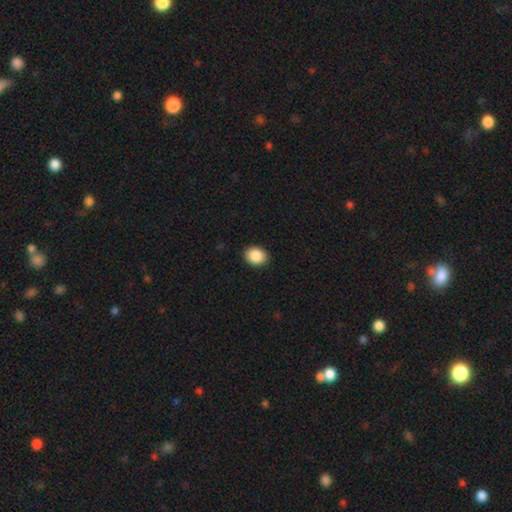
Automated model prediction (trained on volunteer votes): Smooth or featured?
  - smooth: 89% *
  - star or artifact: 8%
  - featured or disk: 3%
How rounded?
  - in between: 51% *
  - round: 48%
  - cigar-shaped: 1%
Merging?
  - none: 90% *
  - minor disturbance: 7%
  - major disturbance: 2%
  - merger: 1%